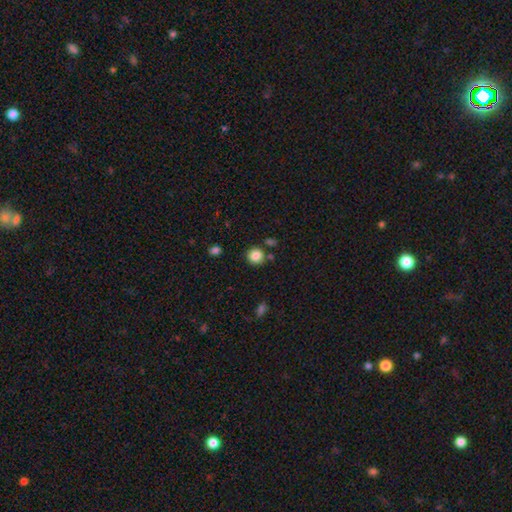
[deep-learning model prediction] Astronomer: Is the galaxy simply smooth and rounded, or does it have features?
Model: smooth — 86%.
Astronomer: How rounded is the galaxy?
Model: round — 90%.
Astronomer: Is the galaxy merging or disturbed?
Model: none — 80%.